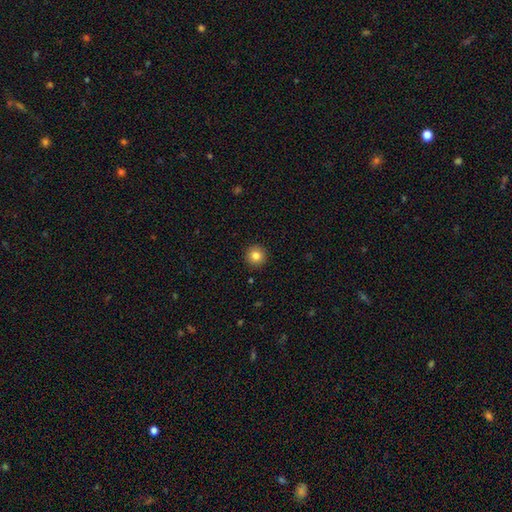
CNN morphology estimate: Smooth or featured: smooth — 83% (star or artifact — 10%)
How rounded: round — 96% (in between — 3%)
Merging: none — 93% (minor disturbance — 5%)